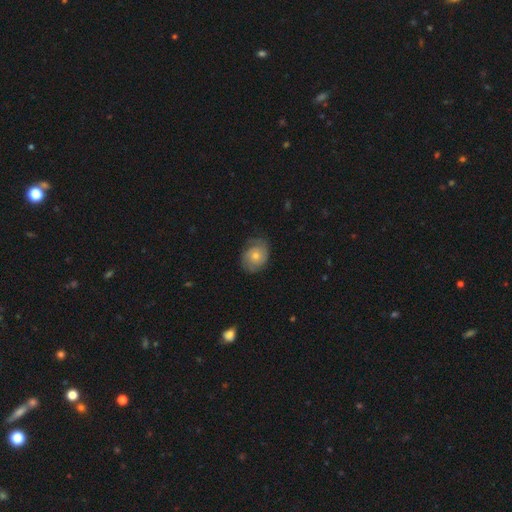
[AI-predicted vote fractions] The model was most divided on "smooth or featured": featured or disk: 47%, smooth: 46%, star or artifact: 7%. More confident: merging — none (67%).